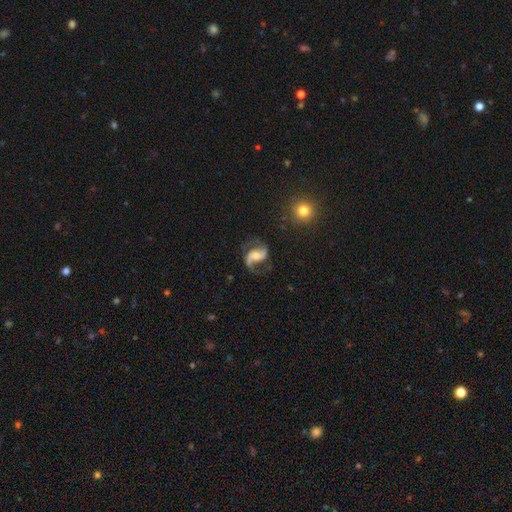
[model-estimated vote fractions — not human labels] Q: Smooth or featured?
A: featured or disk (87%); runner-up: smooth (7%)
Q: Edge-on disk?
A: no (98%); runner-up: yes (2%)
Q: Bar?
A: no (41%); runner-up: weak (39%)
Q: Spiral arms?
A: yes (97%); runner-up: no (3%)
Q: Spiral winding?
A: loose (49%); runner-up: medium (42%)
Q: Spiral arm count?
A: 2 (89%); runner-up: 1 (6%)
Q: Bulge size?
A: moderate (47%); runner-up: small (37%)
Q: Merging?
A: none (67%); runner-up: minor disturbance (17%)